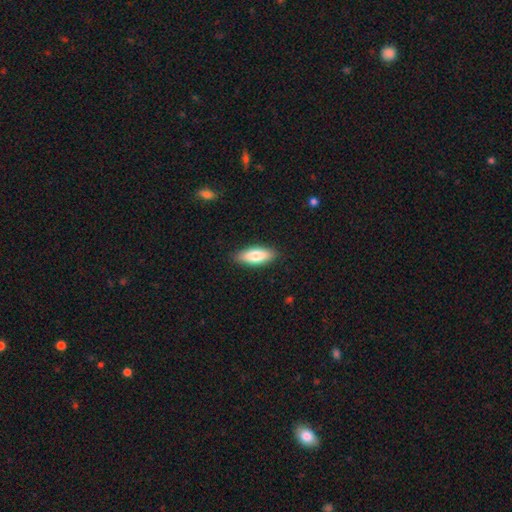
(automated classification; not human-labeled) A smooth galaxy with no disk features (80%) that is in between round and cigar-shaped (73%).

Vote fractions:
- Smooth or featured? smooth: 80% / featured or disk: 14% / star or artifact: 6%
- How rounded? in between: 73% / cigar-shaped: 25% / round: 2%
- Merging? none: 88% / minor disturbance: 9% / major disturbance: 2% / merger: 1%